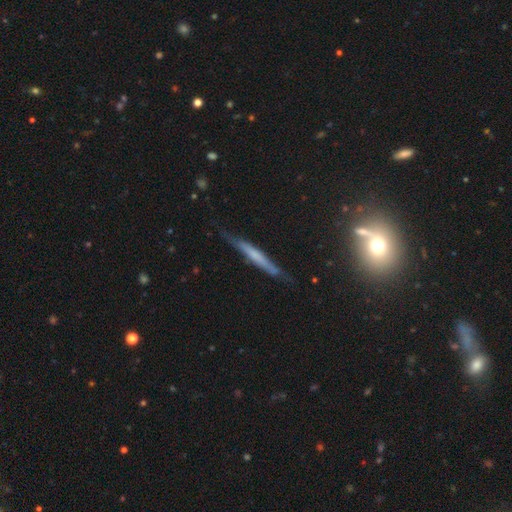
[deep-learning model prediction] Smooth or featured? featured or disk (51%)
Edge-on disk? yes (91%)
Merging? none (74%)